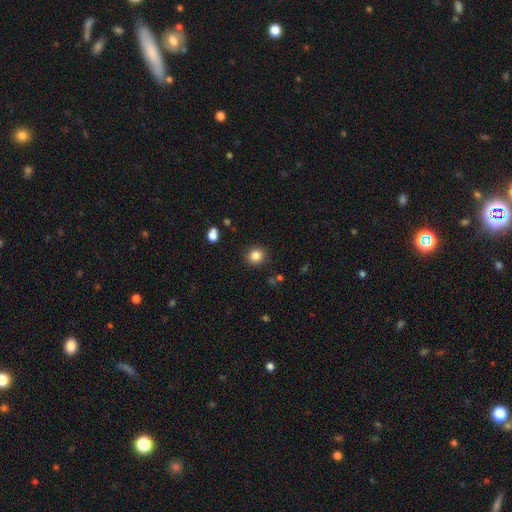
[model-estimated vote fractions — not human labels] smooth-or-featured: smooth: 85% | star or artifact: 11% | featured or disk: 4%
  how-rounded: round: 84% | in between: 15% | cigar-shaped: 1%
  merging: none: 89% | minor disturbance: 7% | major disturbance: 2% | merger: 1%